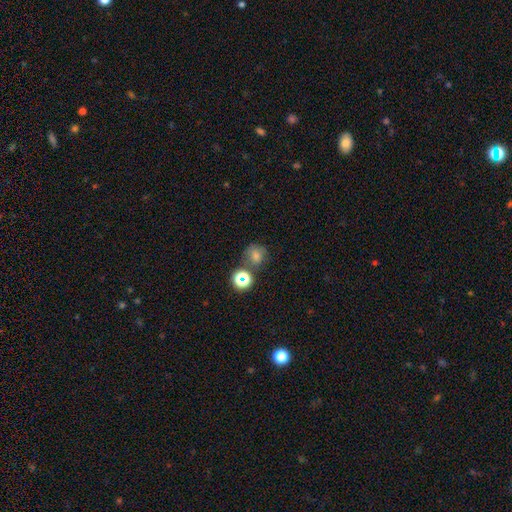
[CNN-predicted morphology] smooth_or_featured: smooth (p=0.66) [alt: star or artifact p=0.22]
how_rounded: round (p=0.80) [alt: in between p=0.19]
merging: none (p=0.59) [alt: merger p=0.17]